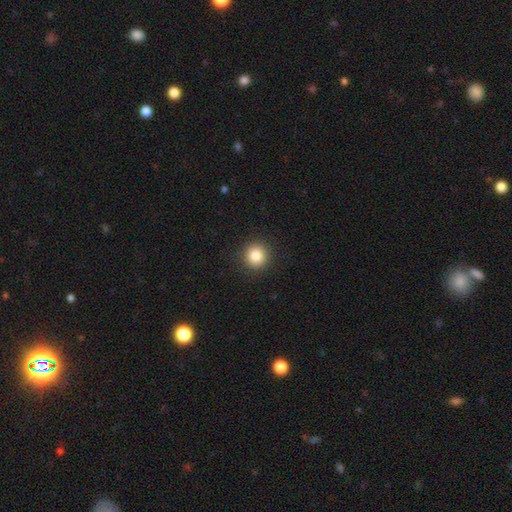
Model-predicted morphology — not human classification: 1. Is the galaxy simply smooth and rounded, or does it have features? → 85% smooth, 10% star or artifact, 5% featured or disk.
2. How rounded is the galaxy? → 94% round, 5% in between, 1% cigar-shaped.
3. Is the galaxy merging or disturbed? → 92% none, 5% minor disturbance, 2% major disturbance, 1% merger.